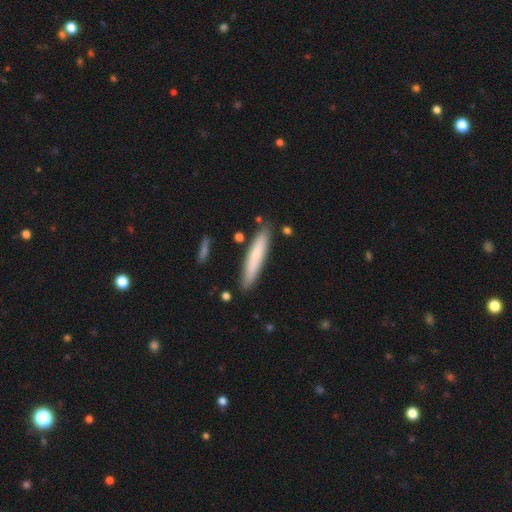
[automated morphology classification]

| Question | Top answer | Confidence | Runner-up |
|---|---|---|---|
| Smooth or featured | smooth | 74% | featured or disk (20%) |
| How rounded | cigar-shaped | 91% | in between (8%) |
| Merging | none | 85% | minor disturbance (10%) |